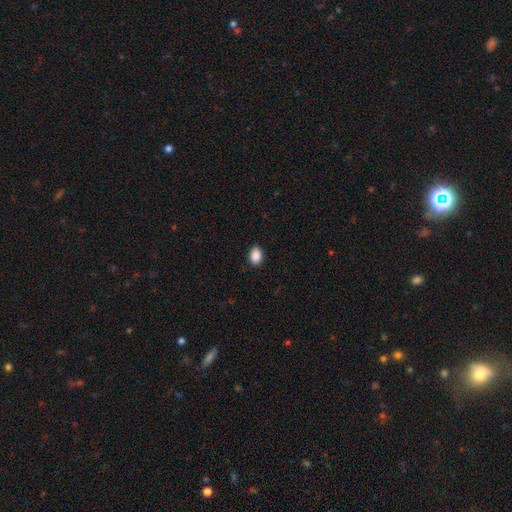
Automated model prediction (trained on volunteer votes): Smooth or featured? Predicted: smooth (p=0.89). How rounded? Predicted: in between (p=0.77). Merging? Predicted: none (p=0.89).